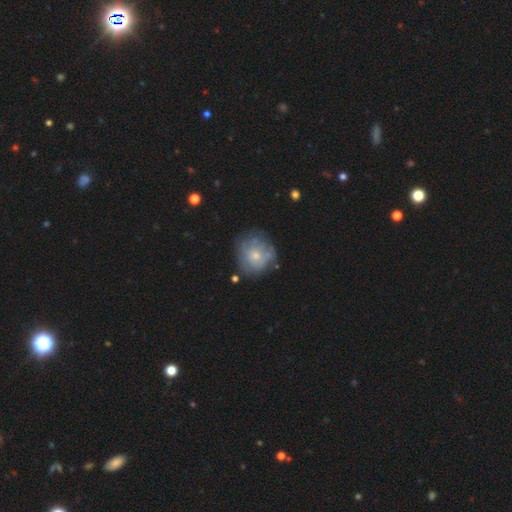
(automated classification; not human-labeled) Morphology: type=smooth (51%); roundness=round (81%); merging=none (64%).